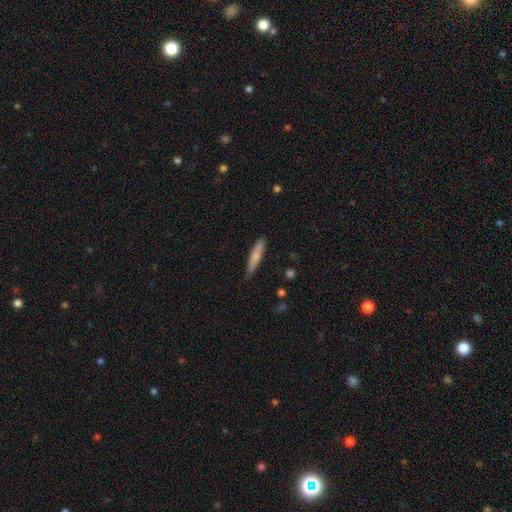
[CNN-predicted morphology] This appears to be a smooth galaxy with no disk features (77%) that is cigar-shaped (91%). Merging: none (83%).